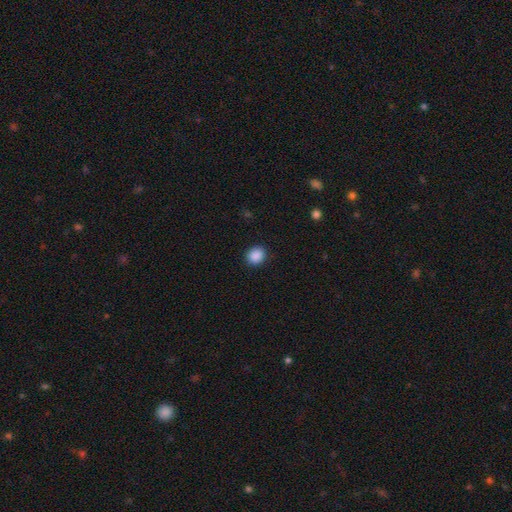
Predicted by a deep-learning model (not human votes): smooth 89%, star or artifact 9%, featured or disk 2%. Down the decision tree: how rounded — round (74%); merging — none (90%).